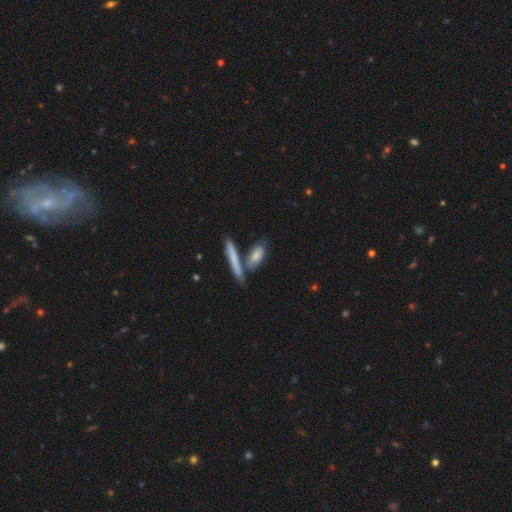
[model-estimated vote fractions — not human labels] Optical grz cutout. It shows a smooth galaxy with no disk features (67%) that is cigar-shaped (65%). Merging: none (62%).